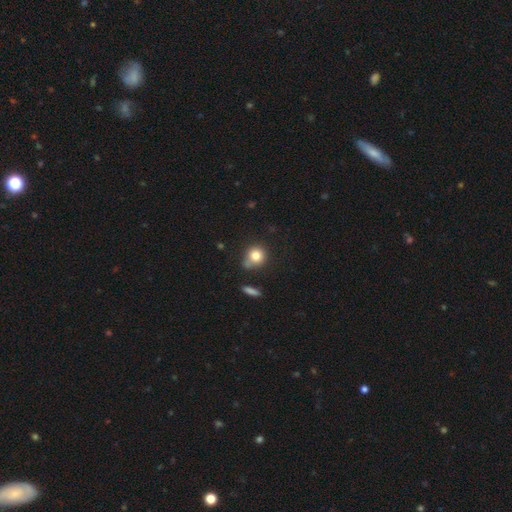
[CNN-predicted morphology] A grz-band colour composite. It shows a smooth galaxy with no disk features (80%) that is round (85%). Merging: none (65%).